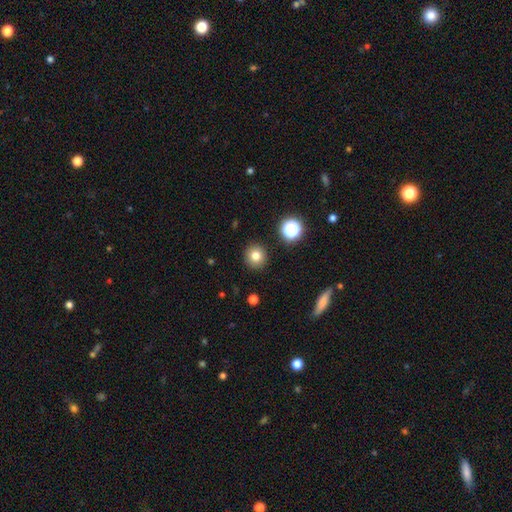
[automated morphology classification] This is likely a smooth galaxy (79%). How rounded: clearly round (92%). Merging: clearly none (90%).